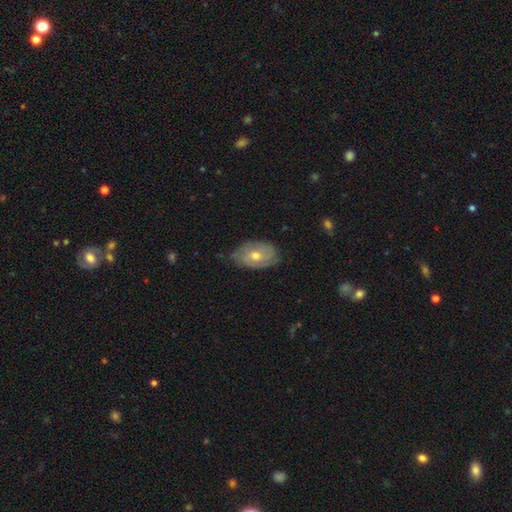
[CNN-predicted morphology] smooth-or-featured: featured or disk: 60% | smooth: 33% | star or artifact: 8%
  disk-edge-on: no: 93% | yes: 7%
    bar: no: 77% | weak: 19% | strong: 3%
    has-spiral-arms: yes: 74% | no: 26%
    bulge-size: moderate: 70% | small: 25% | large: 3% | none: 1% | dominant: 1%
  merging: none: 72% | minor disturbance: 23% | major disturbance: 4% | merger: 1%